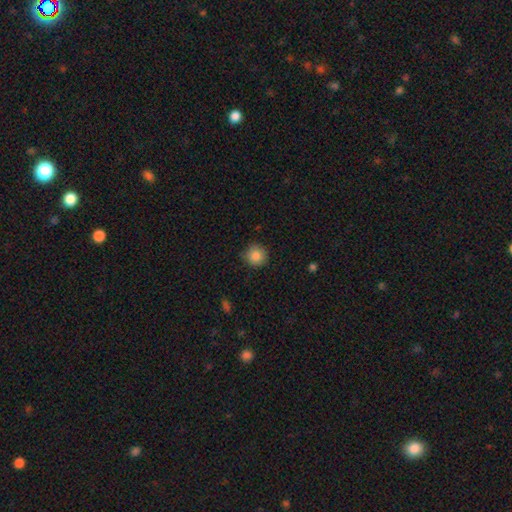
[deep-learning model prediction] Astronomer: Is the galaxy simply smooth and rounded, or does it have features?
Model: smooth — 87%.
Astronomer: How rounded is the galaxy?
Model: round — 93%.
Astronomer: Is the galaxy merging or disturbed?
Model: none — 84%.